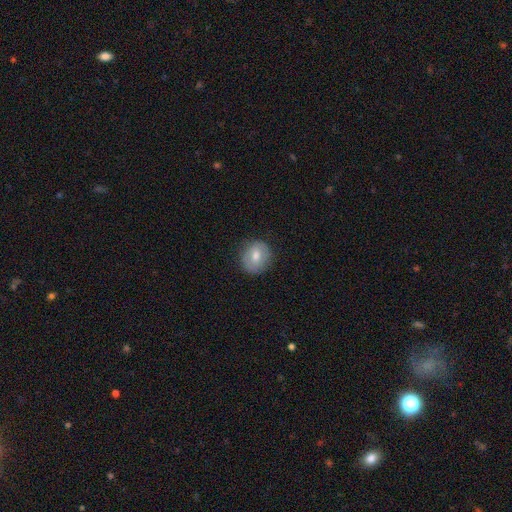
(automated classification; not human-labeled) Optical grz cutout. It shows a smooth galaxy with no disk features (68%) that is round (72%). Merging: none (83%).